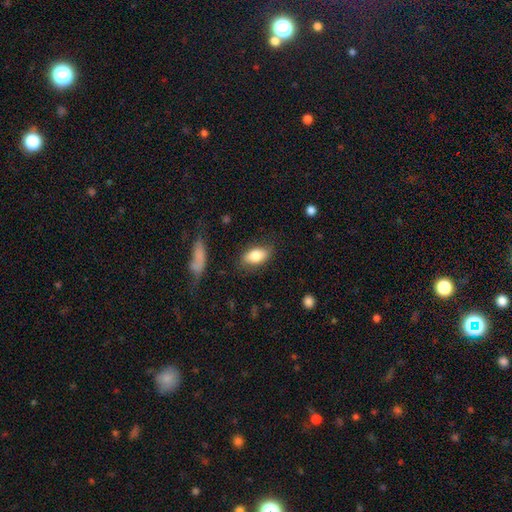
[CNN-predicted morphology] A smooth galaxy with no disk features (83%) that is in between round and cigar-shaped (89%).

Vote fractions:
- Smooth or featured? smooth: 83% / featured or disk: 10% / star or artifact: 7%
- How rounded? in between: 89% / round: 6% / cigar-shaped: 5%
- Merging? none: 79% / minor disturbance: 15% / major disturbance: 4% / merger: 2%